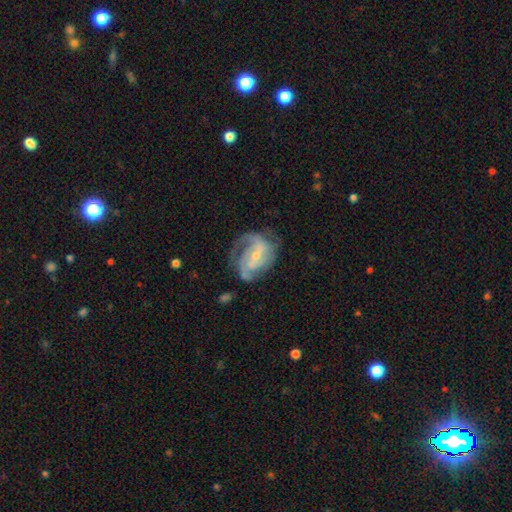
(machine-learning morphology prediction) featured or disk 86%, smooth 9%, star or artifact 5%. Down the decision tree: edge-on disk — no (97%); bar — weak (45%); spiral arms — yes (94%); spiral arm count — 2 (35%); spiral winding — medium (45%); bulge size — small (62%); merging — none (54%).